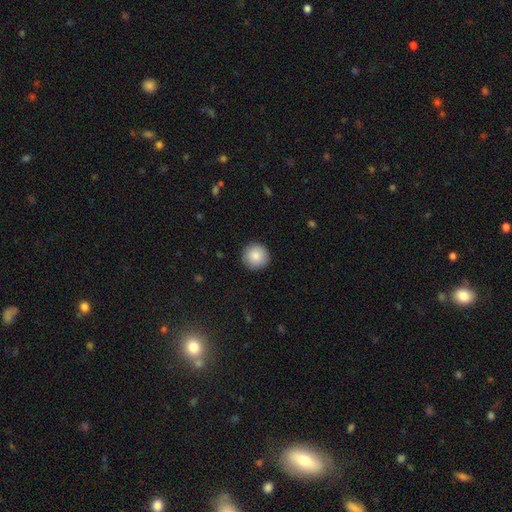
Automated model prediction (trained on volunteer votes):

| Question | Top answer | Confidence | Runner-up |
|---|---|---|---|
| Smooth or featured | smooth | 87% | star or artifact (7%) |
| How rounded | round | 95% | in between (4%) |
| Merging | none | 91% | minor disturbance (6%) |